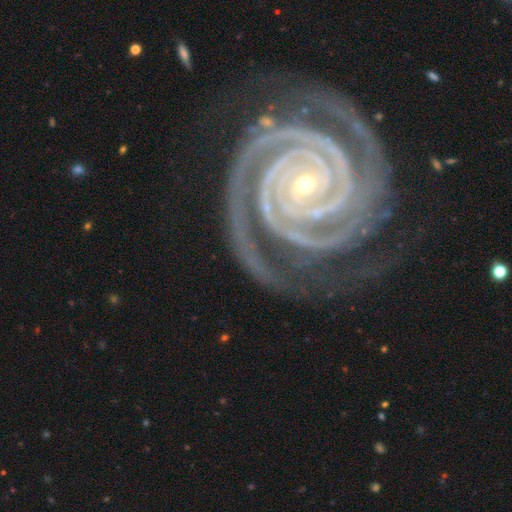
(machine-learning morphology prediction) smooth_or_featured: featured or disk (p=0.94) [alt: star or artifact p=0.04]
disk_edge_on: no (p=0.98) [alt: yes p=0.02]
bar: no (p=0.59) [alt: strong p=0.23]
has_spiral_arms: yes (p=0.99) [alt: no p=0.01]
spiral_winding: tight (p=0.90) [alt: medium p=0.09]
spiral_arm_count: 2 (p=0.60) [alt: 3 p=0.16]
bulge_size: small (p=0.80) [alt: moderate p=0.17]
merging: none (p=0.75) [alt: minor disturbance p=0.16]